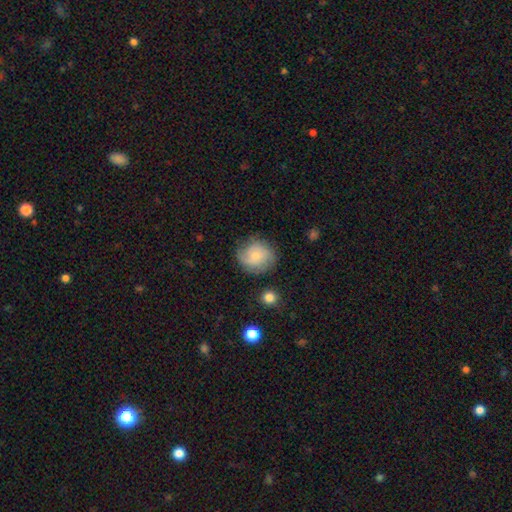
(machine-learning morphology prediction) A smooth galaxy with no disk features (56%) that is round (84%).

Vote fractions:
- Smooth or featured? smooth: 56% / featured or disk: 35% / star or artifact: 8%
- How rounded? round: 84% / in between: 15% / cigar-shaped: 1%
- Merging? none: 74% / minor disturbance: 18% / major disturbance: 6% / merger: 2%